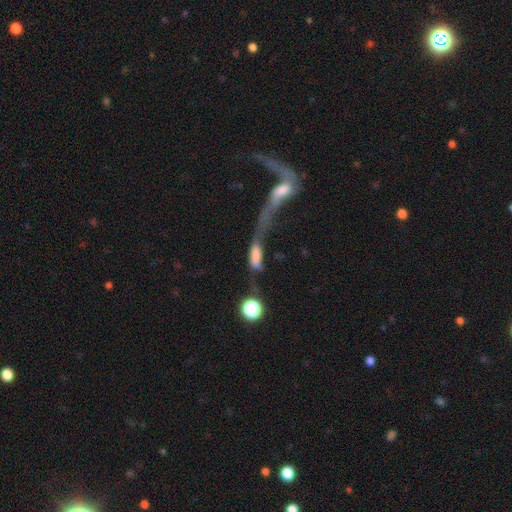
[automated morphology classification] Smooth or featured? Predicted: smooth (p=0.61). How rounded? Predicted: in between (p=0.62). Merging? Predicted: merger (p=0.41).